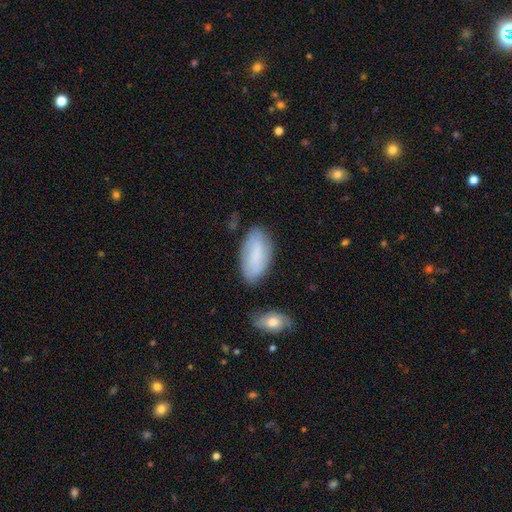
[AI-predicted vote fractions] Smooth or featured: smooth — 75% (featured or disk — 18%)
How rounded: in between — 92% (cigar-shaped — 6%)
Merging: none — 72% (minor disturbance — 19%)